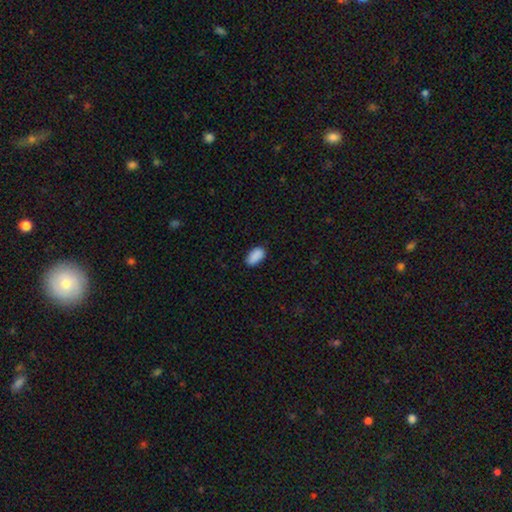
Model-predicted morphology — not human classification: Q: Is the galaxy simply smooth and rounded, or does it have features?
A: smooth — 90%.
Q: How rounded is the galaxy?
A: in between — 94%.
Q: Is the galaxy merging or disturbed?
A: none — 85%.